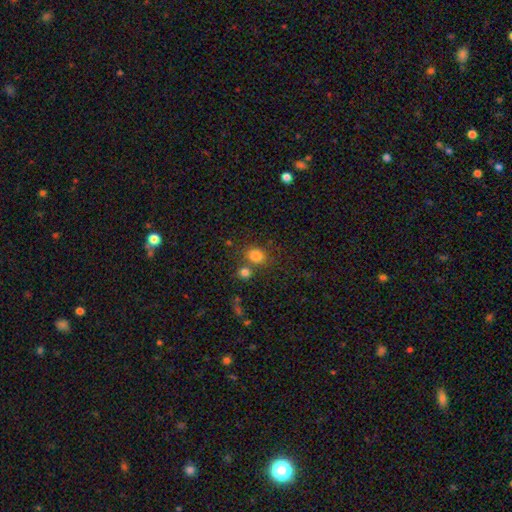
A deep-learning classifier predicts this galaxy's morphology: type=smooth (80%); roundness=round (60%); merging=none (64%).